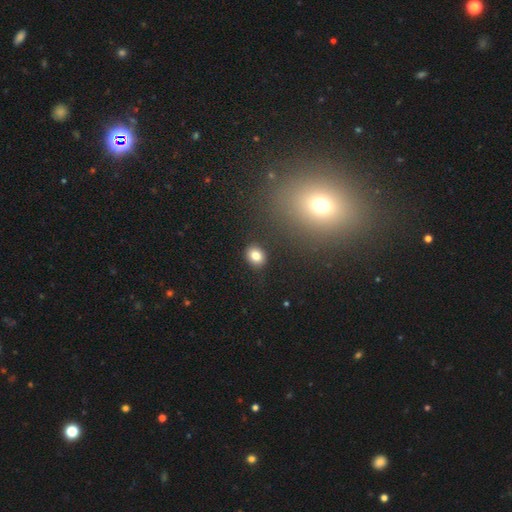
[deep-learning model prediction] Q: Smooth or featured?
A: smooth (83%); runner-up: star or artifact (11%)
Q: How rounded?
A: round (52%); runner-up: in between (47%)
Q: Merging?
A: none (87%); runner-up: minor disturbance (8%)